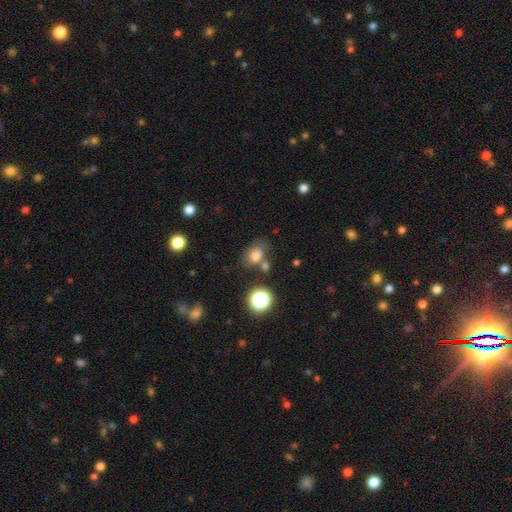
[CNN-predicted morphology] This is likely a smooth galaxy (74%). How rounded: likely in between (64%). Merging: possibly none (59%).